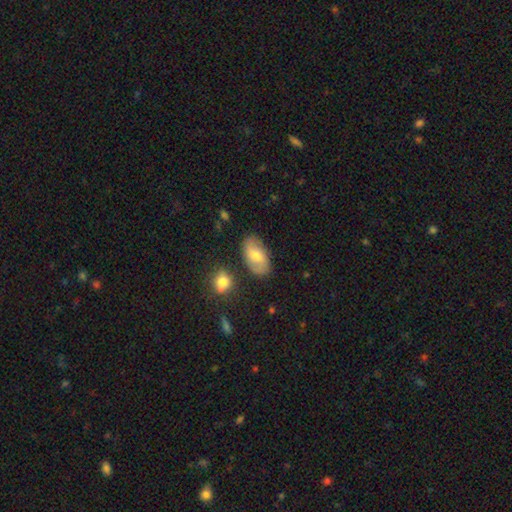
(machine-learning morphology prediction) The model was most divided on "smooth or featured": smooth: 59%, featured or disk: 34%, star or artifact: 7%. More confident: how rounded — in between (93%); merging — none (79%).